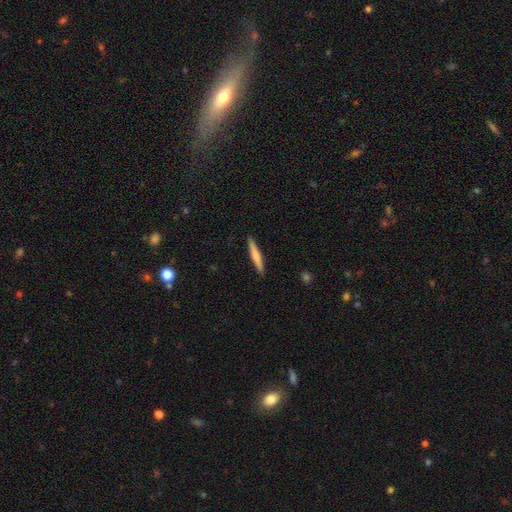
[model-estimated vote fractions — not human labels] Overall: smooth (62%; featured or disk 33%). How rounded: cigar-shaped (95%). Merging: none (91%).